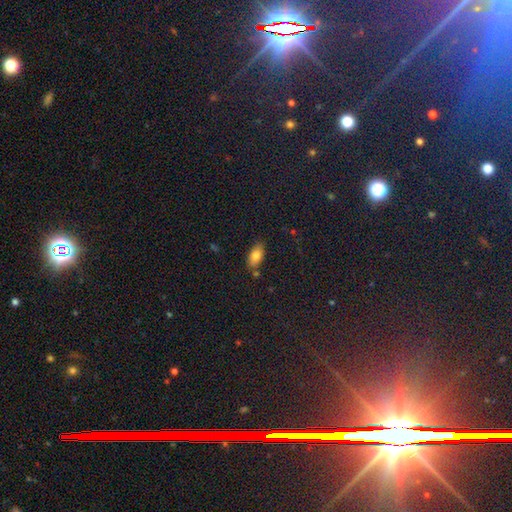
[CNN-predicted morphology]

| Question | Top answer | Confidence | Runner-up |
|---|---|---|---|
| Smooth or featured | smooth | 80% | featured or disk (11%) |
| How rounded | in between | 90% | cigar-shaped (6%) |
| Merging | none | 76% | minor disturbance (15%) |